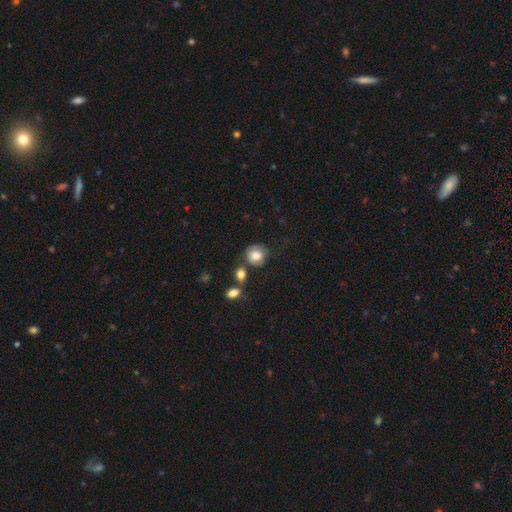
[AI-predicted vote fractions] smooth-or-featured: smooth: 80% | featured or disk: 13% | star or artifact: 8%
  how-rounded: round: 81% | in between: 18% | cigar-shaped: 1%
  merging: none: 61% | minor disturbance: 21% | merger: 11% | major disturbance: 7%